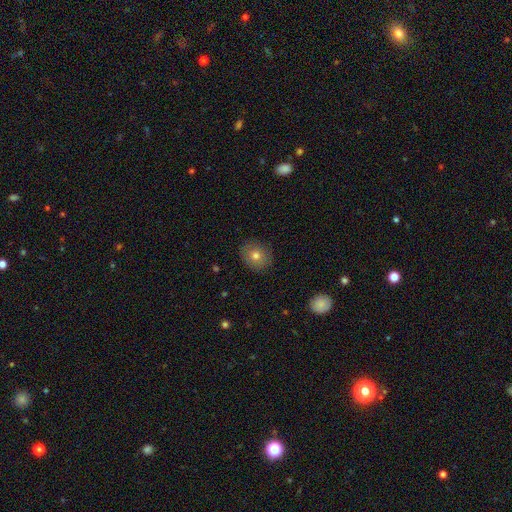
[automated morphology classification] Smooth or featured: smooth — 74% (featured or disk — 16%)
How rounded: round — 71% (in between — 28%)
Merging: none — 87% (minor disturbance — 10%)